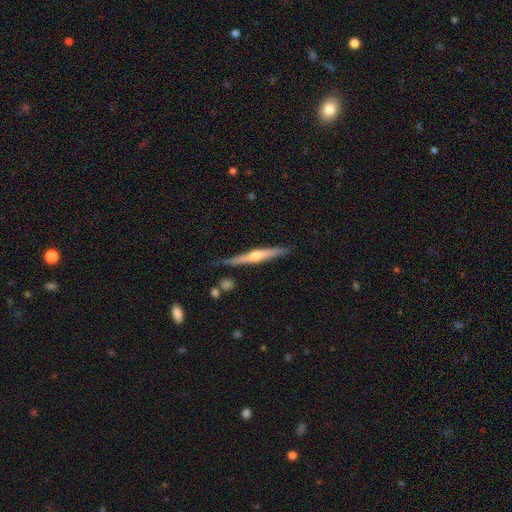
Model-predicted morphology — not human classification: smooth_or_featured: featured or disk (p=0.70) [alt: smooth p=0.23]
disk_edge_on: yes (p=0.97) [alt: no p=0.03]
edge_on_bulge: rounded (p=0.89) [alt: none p=0.08]
merging: none (p=0.83) [alt: minor disturbance p=0.12]